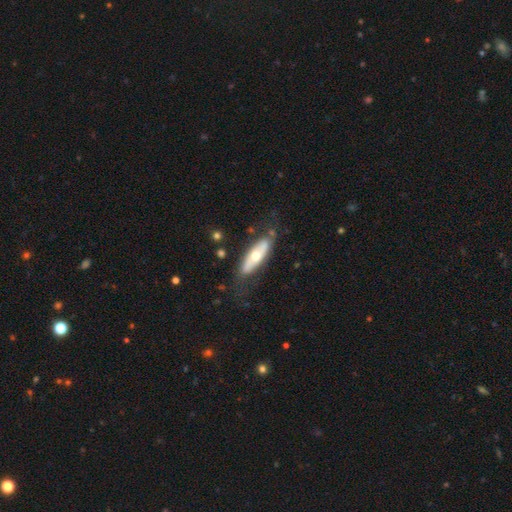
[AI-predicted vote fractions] Morphology: type=featured or disk (49%); merging=none (72%).